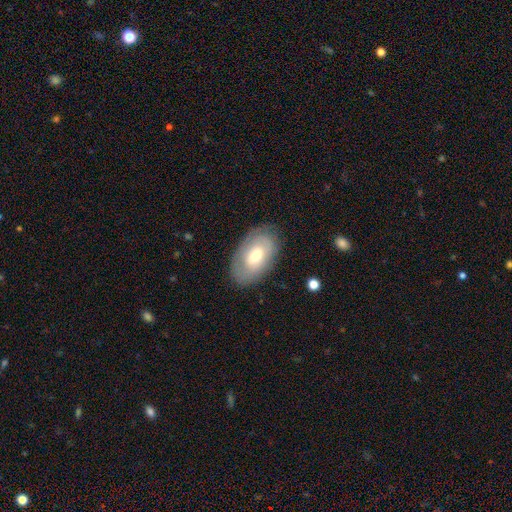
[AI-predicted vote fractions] smooth-or-featured: smooth: 52% | featured or disk: 42% | star or artifact: 7%
  how-rounded: in between: 92% | round: 6% | cigar-shaped: 2%
  merging: none: 79% | minor disturbance: 15% | major disturbance: 5% | merger: 1%